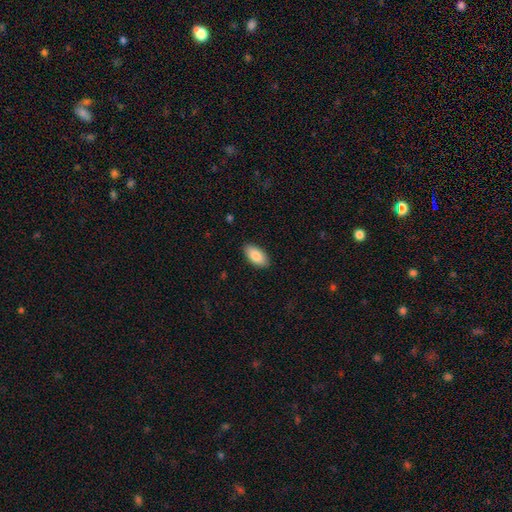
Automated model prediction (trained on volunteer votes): Morphology: type=smooth (87%); roundness=in between (94%); merging=none (89%).